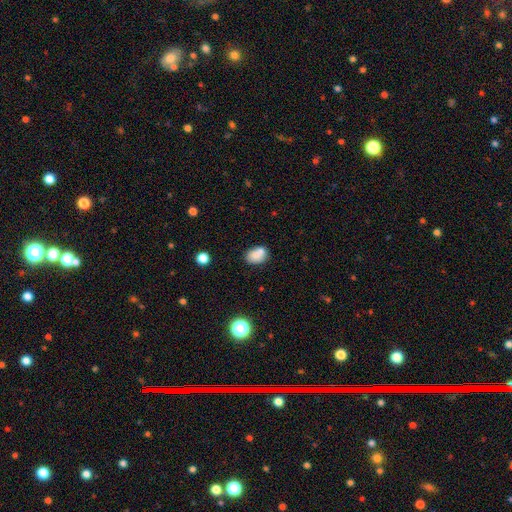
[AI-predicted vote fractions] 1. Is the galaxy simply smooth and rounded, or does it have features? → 78% smooth, 12% featured or disk, 10% star or artifact.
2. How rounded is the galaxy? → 70% in between, 28% round, 1% cigar-shaped.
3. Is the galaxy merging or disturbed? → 50% none, 31% merger, 14% minor disturbance, 4% major disturbance.